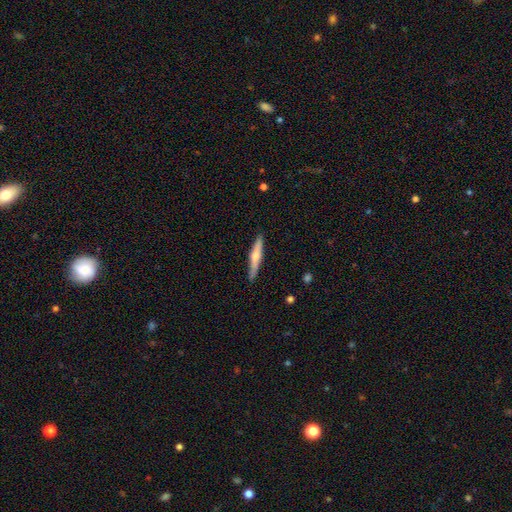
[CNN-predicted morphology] Smooth or featured: smooth — 47% (tied with featured or disk — 47%)
Merging: none — 87% (minor disturbance — 10%)